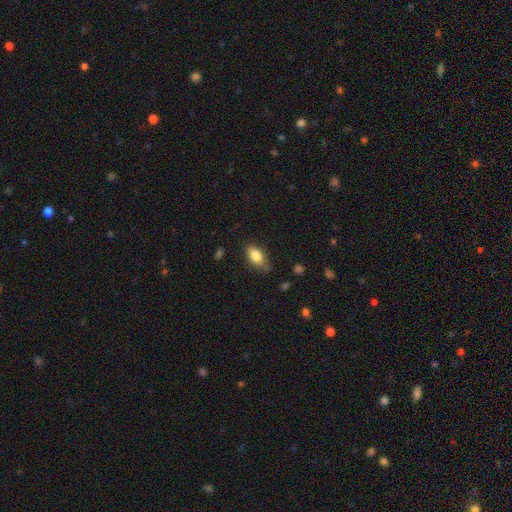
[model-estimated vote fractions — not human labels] A smooth galaxy with no disk features (81%) that is in between round and cigar-shaped (88%).

Vote fractions:
- Smooth or featured? smooth: 81% / featured or disk: 12% / star or artifact: 7%
- How rounded? in between: 88% / cigar-shaped: 7% / round: 5%
- Merging? none: 69% / minor disturbance: 25% / major disturbance: 5% / merger: 2%